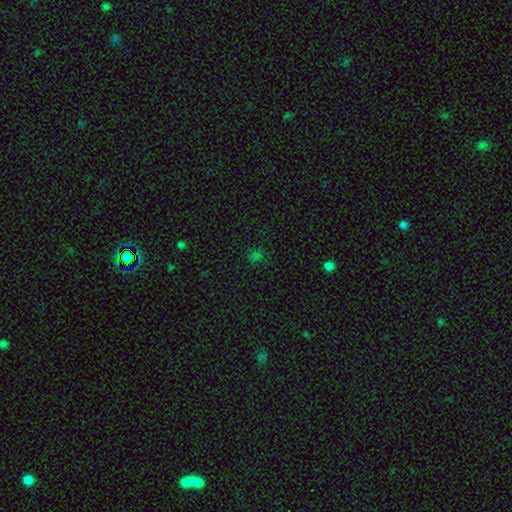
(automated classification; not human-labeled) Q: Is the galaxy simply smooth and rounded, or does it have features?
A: smooth — 54%.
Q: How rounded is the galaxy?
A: round — 65%.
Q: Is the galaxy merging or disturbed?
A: none — 77%.